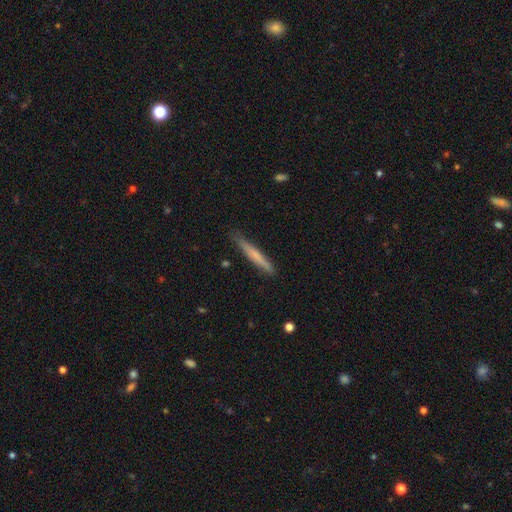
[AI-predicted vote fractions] Morphology: type=smooth (62%); roundness=cigar-shaped (96%); merging=none (83%).